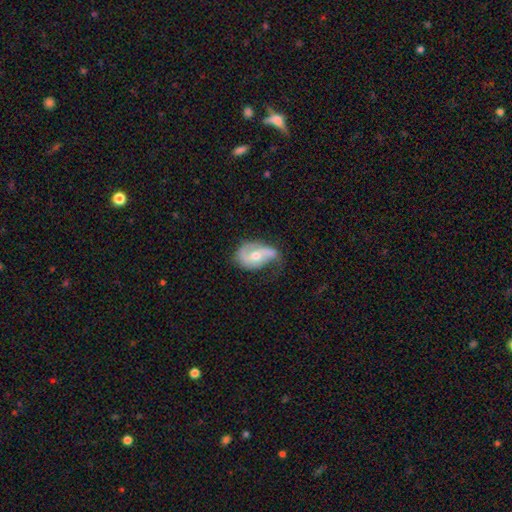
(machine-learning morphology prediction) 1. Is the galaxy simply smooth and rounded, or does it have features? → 69% featured or disk, 25% smooth, 6% star or artifact.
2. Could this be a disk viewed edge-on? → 96% no, 4% yes.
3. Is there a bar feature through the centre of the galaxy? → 49% no, 36% weak, 15% strong.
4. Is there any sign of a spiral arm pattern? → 84% yes, 16% no.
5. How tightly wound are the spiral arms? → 46% loose, 38% medium, 16% tight.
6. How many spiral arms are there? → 73% 2, 15% 1, 9% can't tell, 2% 3, 1% 4, 1% more than 4.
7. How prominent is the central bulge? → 64% moderate, 31% small, 3% large, 1% none, 1% dominant.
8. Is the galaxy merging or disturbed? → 39% none, 36% minor disturbance, 21% major disturbance, 3% merger.